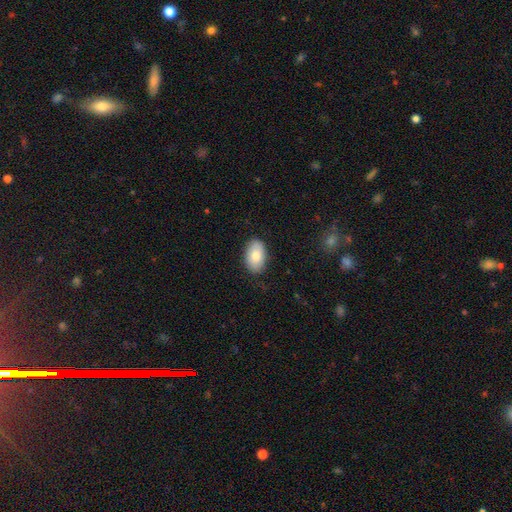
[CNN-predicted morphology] The model was most divided on "smooth or featured": smooth: 80%, featured or disk: 13%, star or artifact: 7%. More confident: how rounded — in between (91%); merging — none (84%).